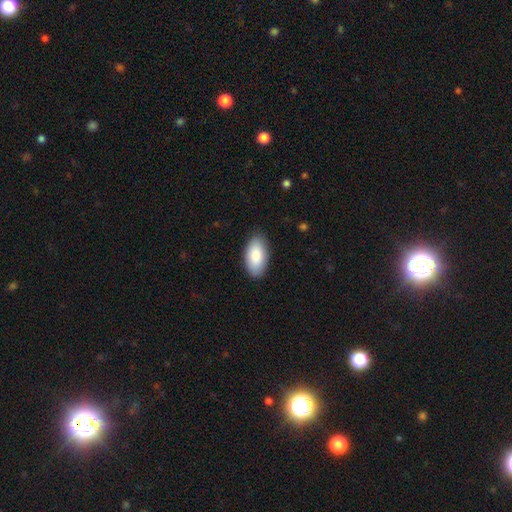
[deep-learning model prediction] The model was most divided on "merging": none: 87%, minor disturbance: 10%, major disturbance: 2%, merger: 1%. More confident: how rounded — in between (95%); smooth or featured — smooth (88%).